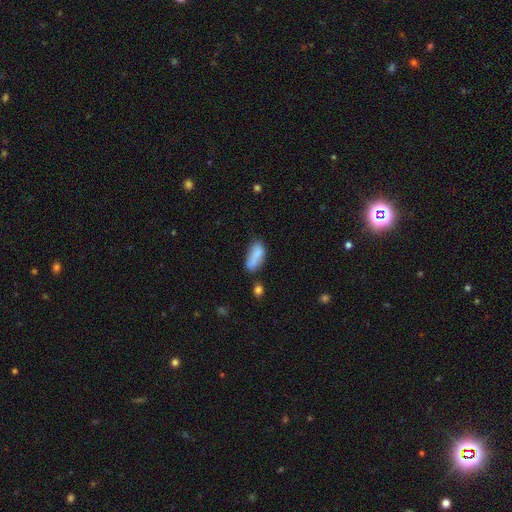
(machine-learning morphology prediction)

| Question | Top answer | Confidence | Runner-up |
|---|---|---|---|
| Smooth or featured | smooth | 79% | featured or disk (13%) |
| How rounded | in between | 80% | cigar-shaped (17%) |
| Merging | none | 44% | minor disturbance (29%) |